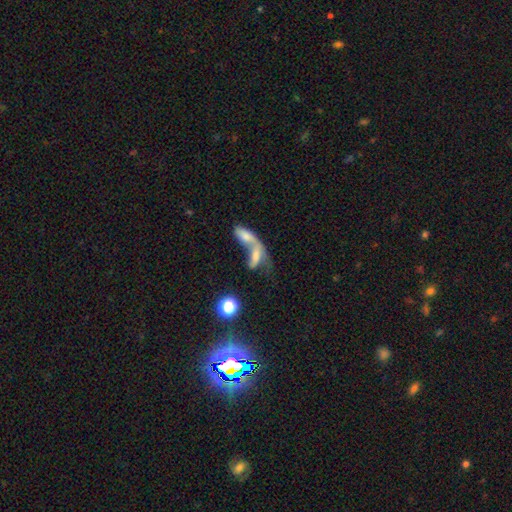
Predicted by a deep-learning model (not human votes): A smooth galaxy with no disk features (56%) that is in between round and cigar-shaped (66%).

Vote fractions:
- Smooth or featured? smooth: 56% / featured or disk: 33% / star or artifact: 11%
- How rounded? in between: 66% / cigar-shaped: 27% / round: 6%
- Merging? merger: 77% / none: 10% / major disturbance: 9% / minor disturbance: 5%